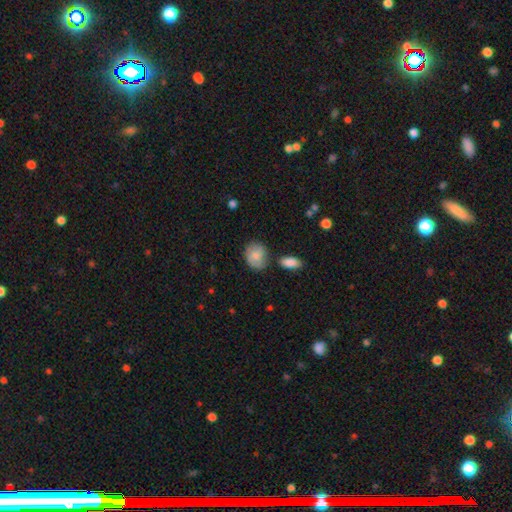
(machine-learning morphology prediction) The model was most divided on "how rounded": round: 58%, in between: 40%, cigar-shaped: 1%. More confident: smooth or featured — smooth (70%); merging — none (65%).